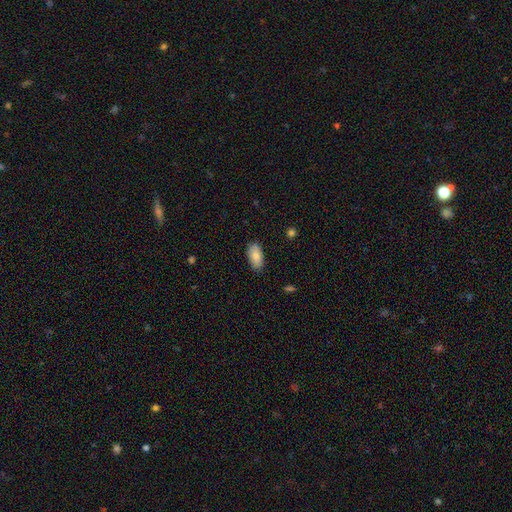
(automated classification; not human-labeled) Smooth or featured? smooth (85%)
How rounded? in between (94%)
Merging? none (84%)